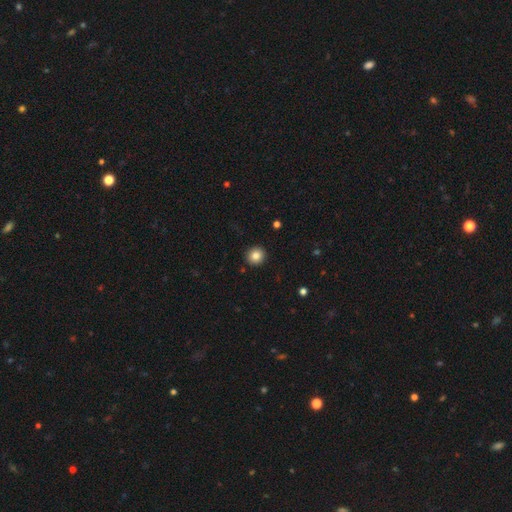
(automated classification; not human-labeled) Smooth or featured? smooth (85%)
How rounded? round (91%)
Merging? none (93%)